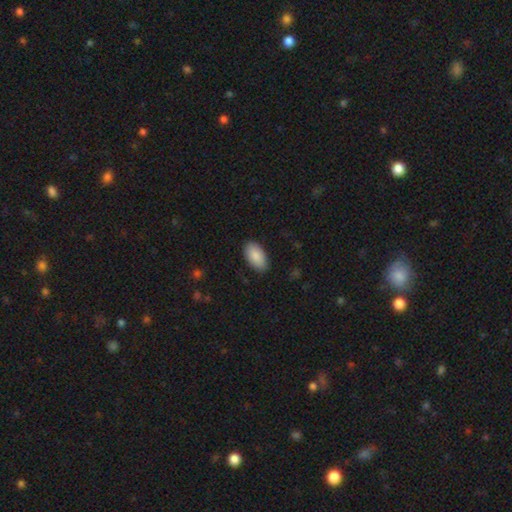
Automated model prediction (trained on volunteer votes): Morphology: type=smooth (89%); roundness=in between (95%); merging=none (87%).